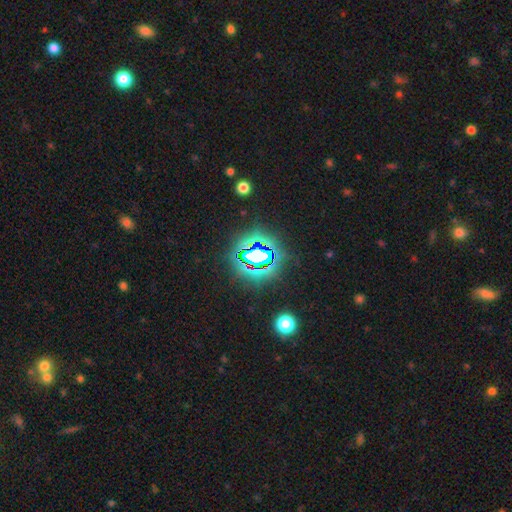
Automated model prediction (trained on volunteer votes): Smooth or featured?
  - star or artifact: 74% *
  - smooth: 15%
  - featured or disk: 11%